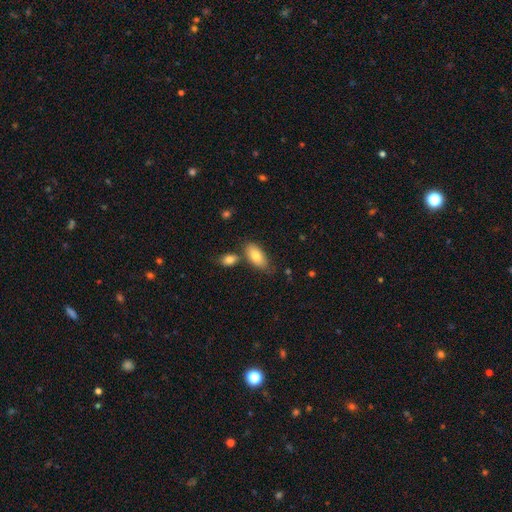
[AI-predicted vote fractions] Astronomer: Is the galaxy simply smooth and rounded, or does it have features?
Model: smooth — 80%.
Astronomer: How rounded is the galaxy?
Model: in between — 92%.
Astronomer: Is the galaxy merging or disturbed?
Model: none — 63%.